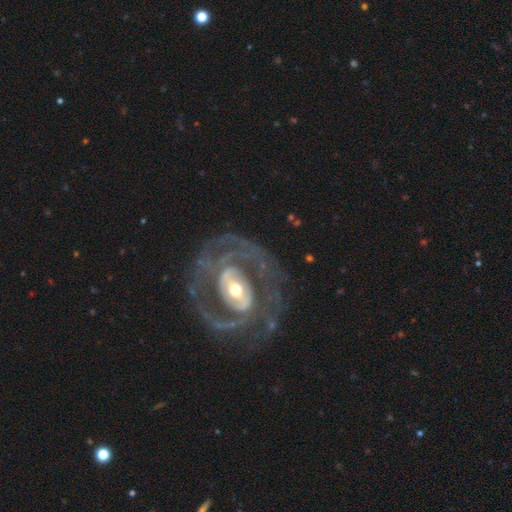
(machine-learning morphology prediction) Q: Smooth or featured?
A: featured or disk (88%); runner-up: smooth (6%)
Q: Edge-on disk?
A: no (95%); runner-up: yes (5%)
Q: Bar?
A: strong (52%); runner-up: weak (29%)
Q: Spiral arms?
A: yes (88%); runner-up: no (12%)
Q: Spiral winding?
A: tight (56%); runner-up: medium (36%)
Q: Spiral arm count?
A: 2 (70%); runner-up: can't tell (12%)
Q: Bulge size?
A: small (47%); runner-up: moderate (46%)
Q: Merging?
A: none (74%); runner-up: minor disturbance (14%)